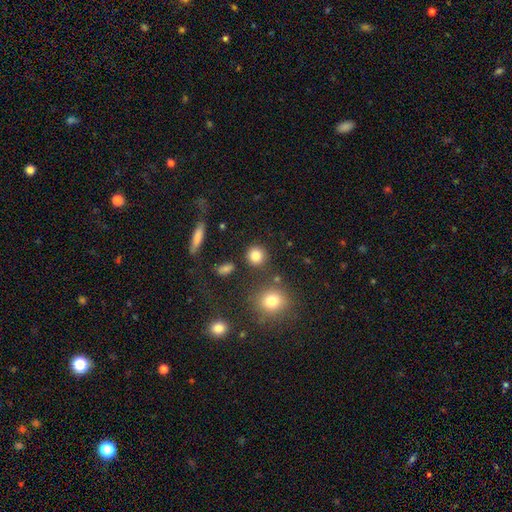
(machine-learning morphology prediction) smooth 82%, star or artifact 12%, featured or disk 6%. Down the decision tree: how rounded — round (90%); merging — none (84%).